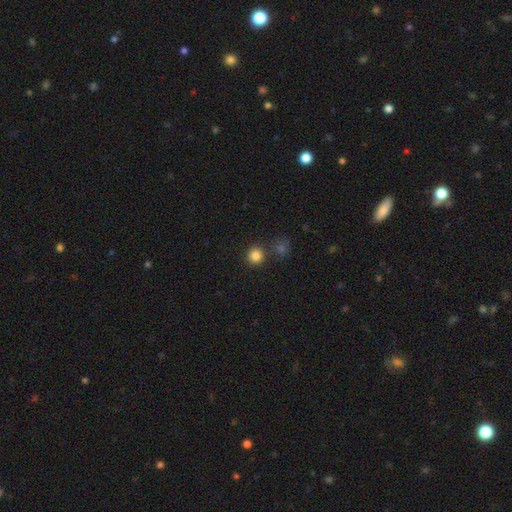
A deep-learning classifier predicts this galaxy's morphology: type=smooth (84%); roundness=round (93%); merging=none (81%).